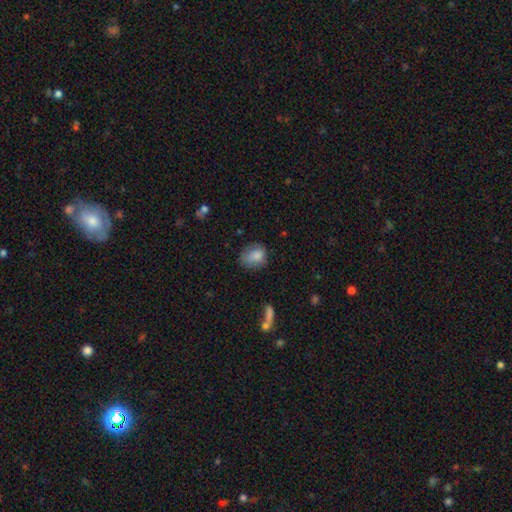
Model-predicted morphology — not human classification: smooth-or-featured: smooth: 82% | featured or disk: 10% | star or artifact: 8%
  how-rounded: in between: 56% | round: 43% | cigar-shaped: 1%
  merging: none: 59% | minor disturbance: 28% | major disturbance: 11% | merger: 2%